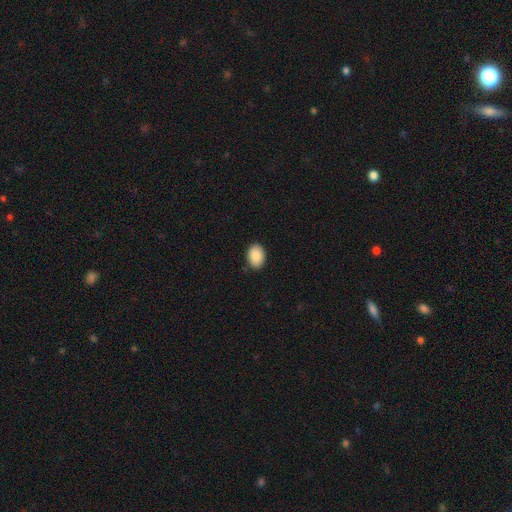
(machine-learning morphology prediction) This is clearly a smooth galaxy (89%). How rounded: clearly in between (84%). Merging: clearly none (88%).